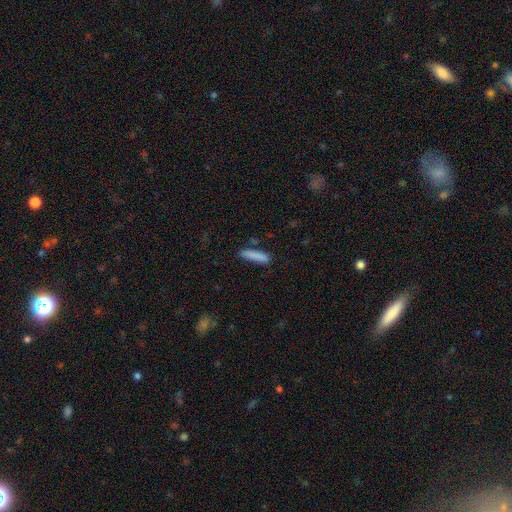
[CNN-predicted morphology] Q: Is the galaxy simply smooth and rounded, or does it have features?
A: smooth — 86%.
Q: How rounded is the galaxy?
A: cigar-shaped — 85%.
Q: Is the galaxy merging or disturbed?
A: none — 83%.